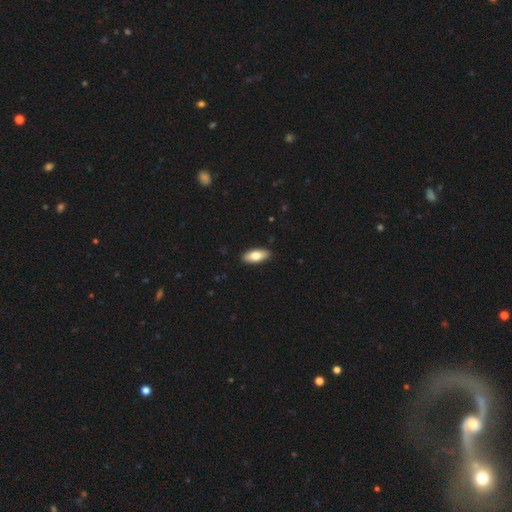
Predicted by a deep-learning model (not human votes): This appears to be a smooth galaxy with no disk features (78%) that is in between round and cigar-shaped (83%). Merging: none (91%).